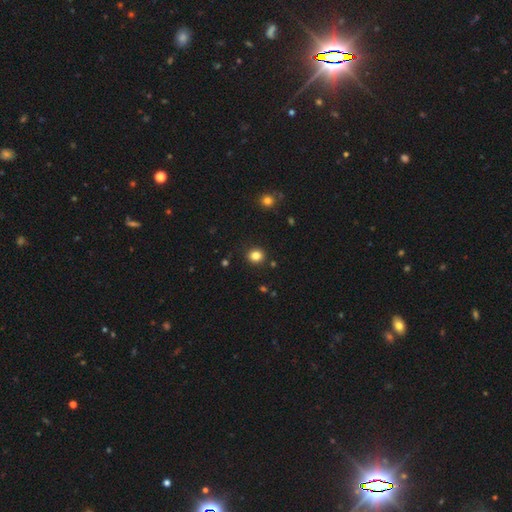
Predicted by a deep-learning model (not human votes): This is clearly a smooth galaxy (83%). How rounded: likely round (78%). Merging: clearly none (89%).